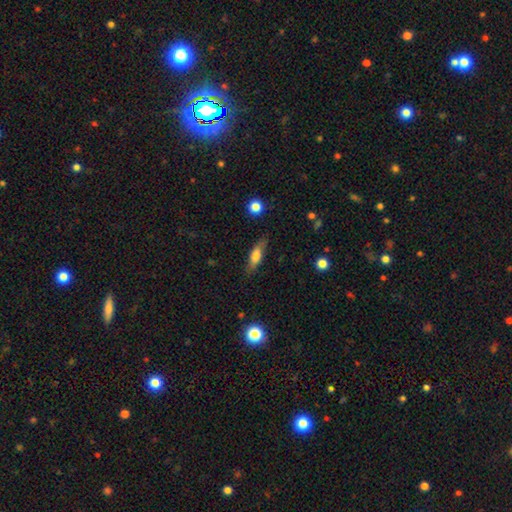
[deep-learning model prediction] A smooth galaxy with no disk features (67%) that is in between round and cigar-shaped (50%). Merging: none (77%).